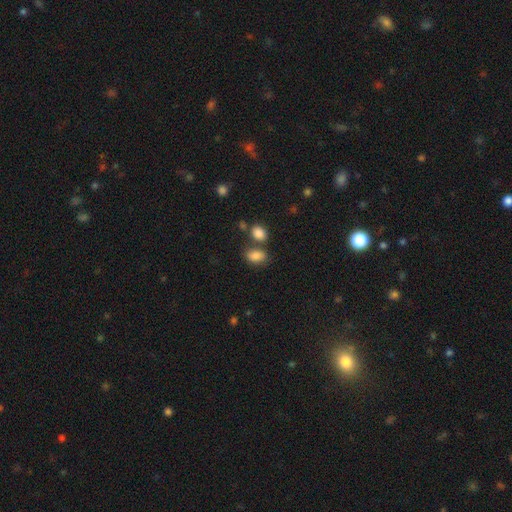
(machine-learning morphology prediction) Smooth or featured? Predicted: smooth (p=0.85). How rounded? Predicted: in between (p=0.85). Merging? Predicted: none (p=0.59).